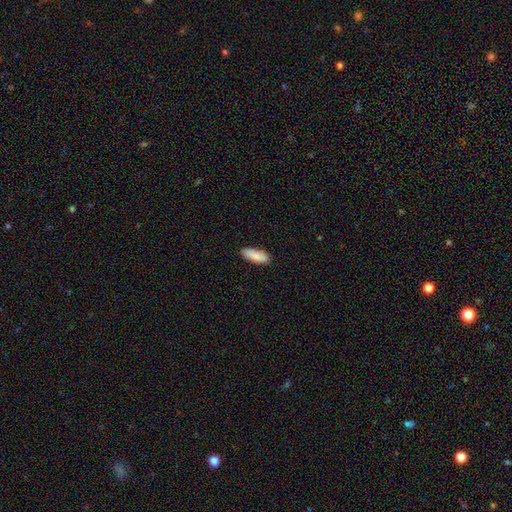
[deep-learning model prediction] Smooth or featured? smooth (87%)
How rounded? in between (67%)
Merging? none (86%)